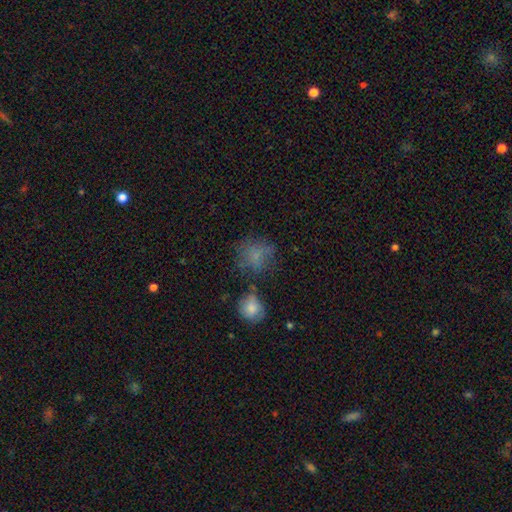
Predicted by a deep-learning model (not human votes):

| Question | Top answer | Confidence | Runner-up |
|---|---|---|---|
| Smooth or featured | smooth | 71% | star or artifact (15%) |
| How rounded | round | 76% | in between (23%) |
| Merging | none | 54% | minor disturbance (22%) |